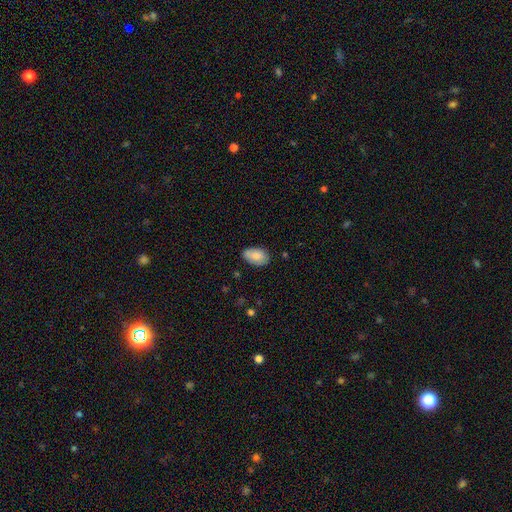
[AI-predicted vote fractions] The model was most divided on "merging": none: 77%, minor disturbance: 18%, major disturbance: 3%, merger: 1%. More confident: how rounded — in between (91%); smooth or featured — smooth (83%).